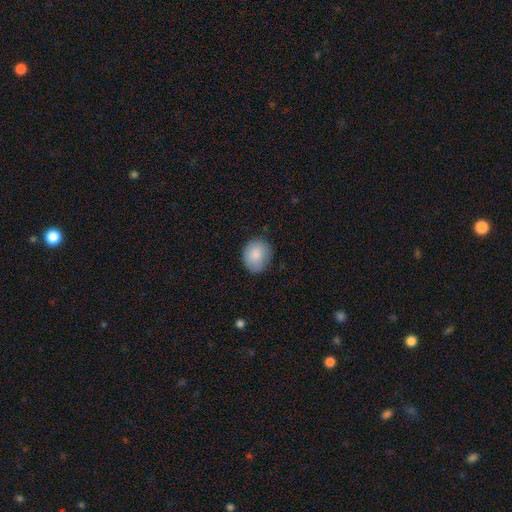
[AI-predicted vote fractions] Overall: smooth (86%). How rounded: round (66%; in between 33%). Merging: none (80%).